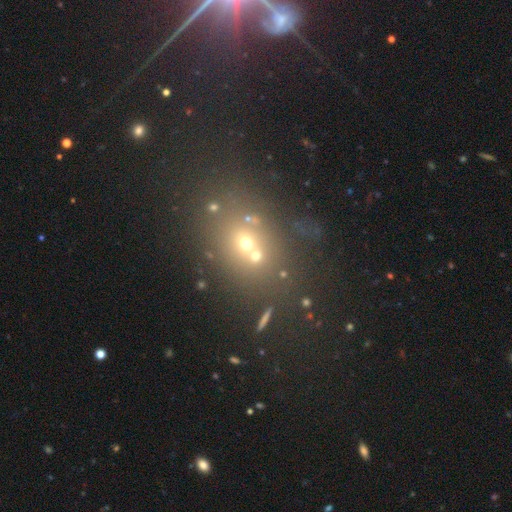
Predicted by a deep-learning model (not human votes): Q: Smooth or featured?
A: smooth (54%); runner-up: star or artifact (27%)
Q: How rounded?
A: round (56%); runner-up: in between (41%)
Q: Merging?
A: none (53%); runner-up: merger (29%)